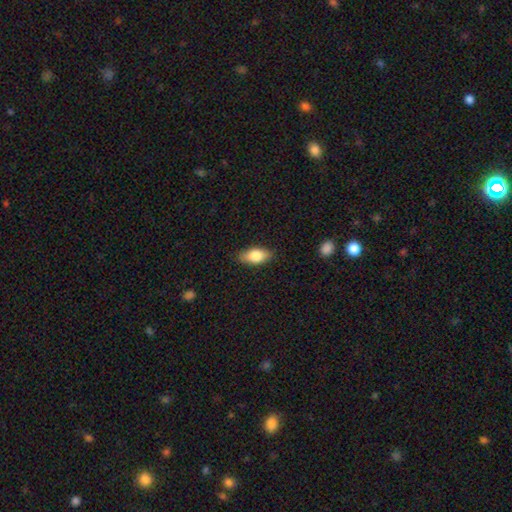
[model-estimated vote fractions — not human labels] A smooth galaxy with no disk features (78%) that is in between round and cigar-shaped (87%). Merging: none (87%).